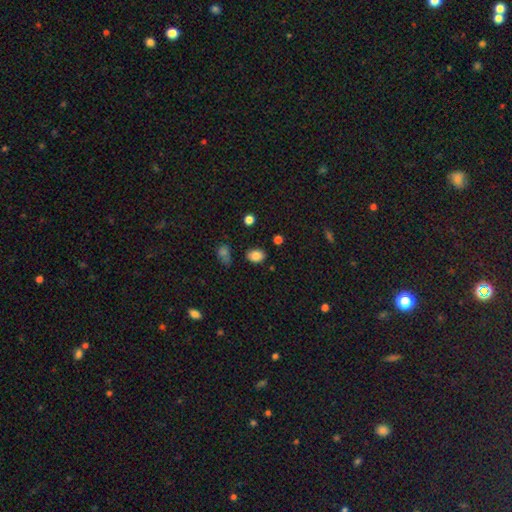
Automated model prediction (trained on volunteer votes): The model was most divided on "how rounded": in between: 70%, round: 29%, cigar-shaped: 1%. More confident: smooth or featured — smooth (83%); merging — none (81%).